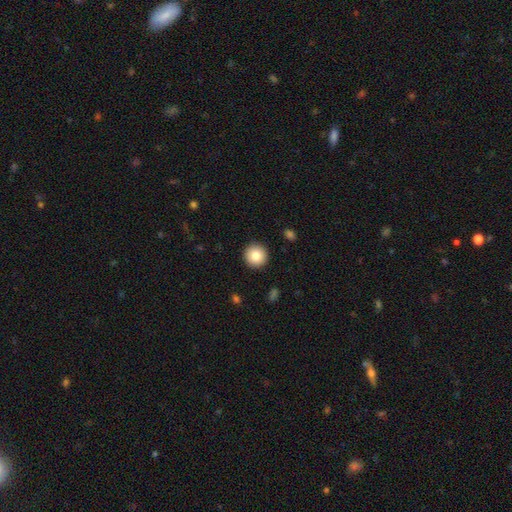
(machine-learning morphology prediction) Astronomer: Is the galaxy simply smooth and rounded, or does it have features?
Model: smooth — 83%.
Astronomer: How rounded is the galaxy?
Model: round — 95%.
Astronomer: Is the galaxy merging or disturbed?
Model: none — 92%.